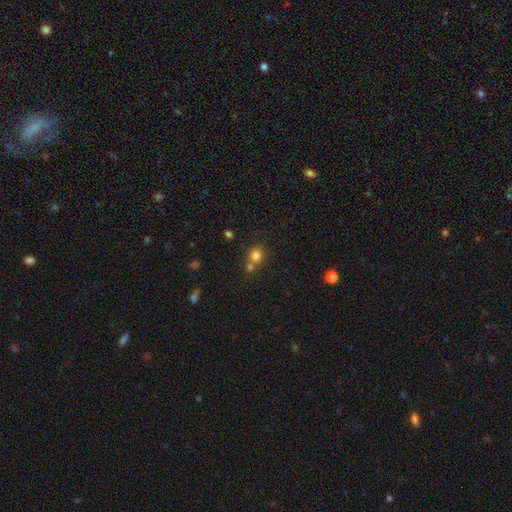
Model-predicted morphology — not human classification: Q: Smooth or featured?
A: smooth (79%); runner-up: star or artifact (14%)
Q: How rounded?
A: round (84%); runner-up: in between (15%)
Q: Merging?
A: none (53%); runner-up: merger (36%)